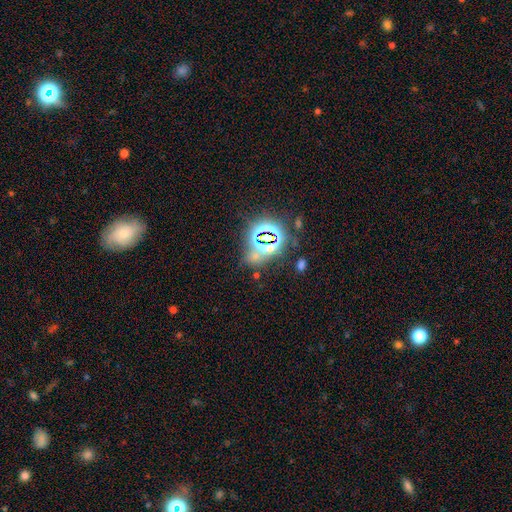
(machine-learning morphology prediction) The model was most divided on "smooth or featured": star or artifact: 69%, smooth: 22%, featured or disk: 9%.